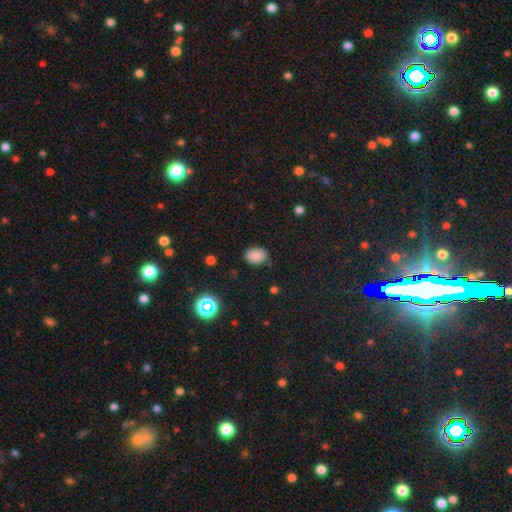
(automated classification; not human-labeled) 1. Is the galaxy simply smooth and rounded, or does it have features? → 83% smooth, 12% star or artifact, 5% featured or disk.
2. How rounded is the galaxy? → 72% in between, 27% round, 1% cigar-shaped.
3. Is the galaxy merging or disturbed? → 82% none, 14% minor disturbance, 3% major disturbance, 2% merger.